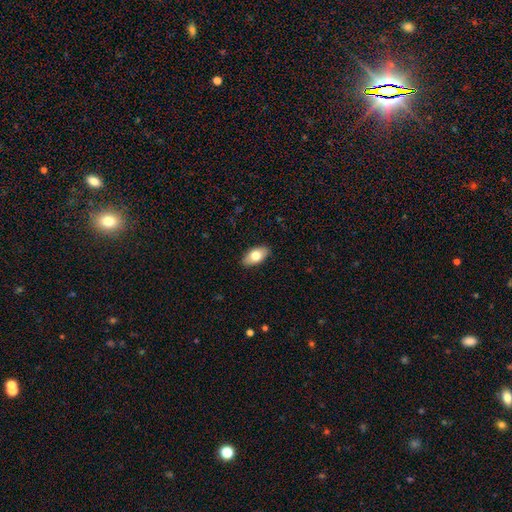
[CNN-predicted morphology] Q: Smooth or featured?
A: smooth (76%); runner-up: featured or disk (18%)
Q: How rounded?
A: in between (92%); runner-up: cigar-shaped (4%)
Q: Merging?
A: none (88%); runner-up: minor disturbance (9%)